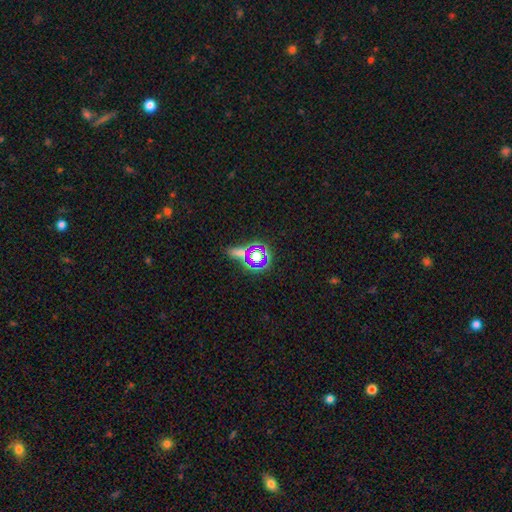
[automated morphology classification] Q: Smooth or featured?
A: star or artifact (57%); runner-up: smooth (30%)